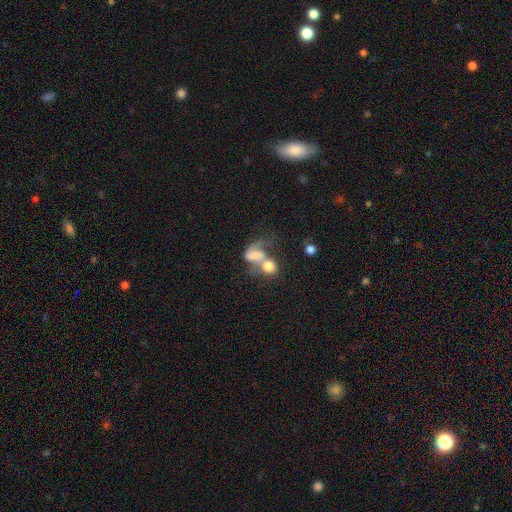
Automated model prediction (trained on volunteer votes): Smooth or featured: smooth — 50% (featured or disk — 38%)
How rounded: in between — 68% (round — 29%)
Merging: merger — 62% (major disturbance — 17%)